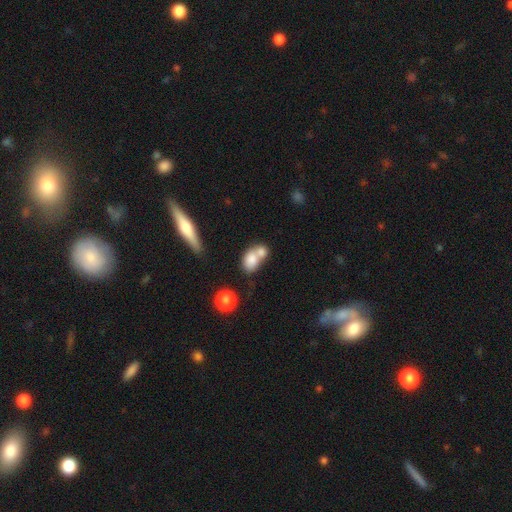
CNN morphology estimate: Smooth or featured: smooth — 75% (featured or disk — 16%)
How rounded: in between — 69% (round — 28%)
Merging: merger — 63% (none — 24%)